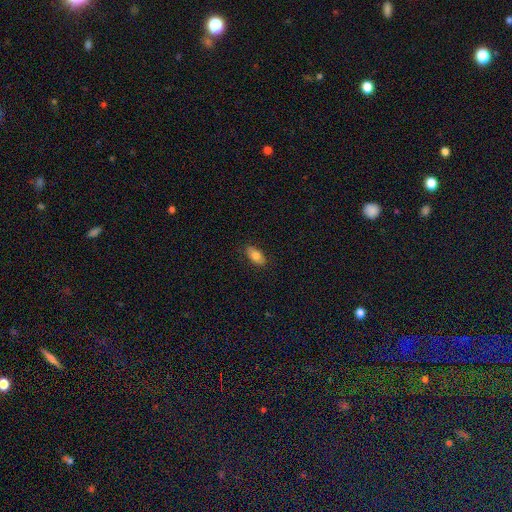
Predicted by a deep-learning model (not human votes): Overall: smooth (77%). How rounded: in between (92%). Merging: none (86%).